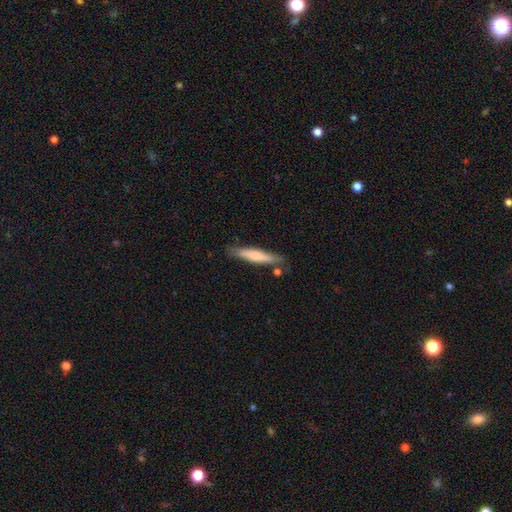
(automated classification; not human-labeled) Morphology: type=smooth (69%); roundness=cigar-shaped (90%); merging=none (78%).